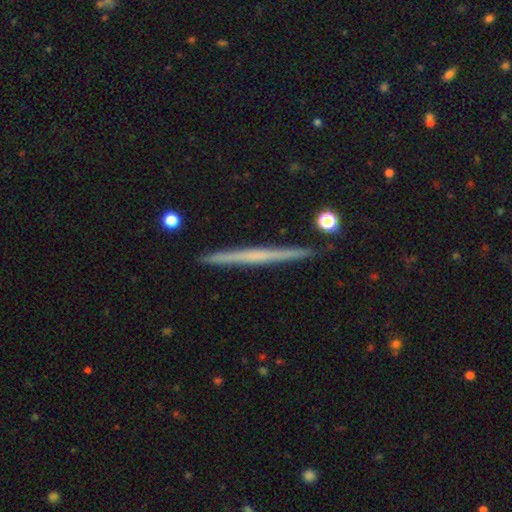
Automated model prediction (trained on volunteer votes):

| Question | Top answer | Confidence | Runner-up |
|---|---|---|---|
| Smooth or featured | featured or disk | 58% | smooth (36%) |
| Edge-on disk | yes | 98% | no (2%) |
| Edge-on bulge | none | 86% | rounded (10%) |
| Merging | none | 92% | minor disturbance (6%) |